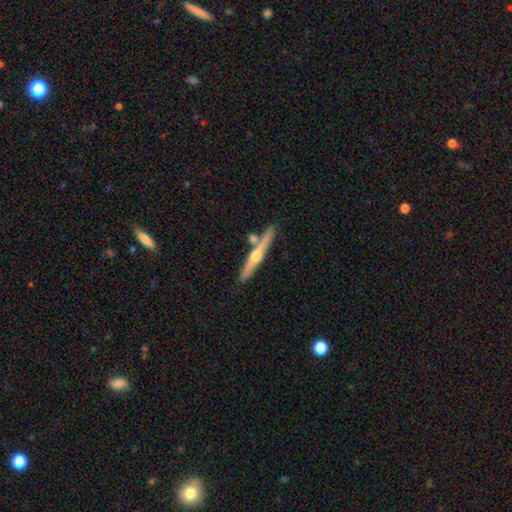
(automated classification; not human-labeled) This is likely a featured or disk galaxy (66%). It is clearly viewed edge-on (96%). Edge-on bulge: clearly rounded (89%). Merging: likely none (76%).